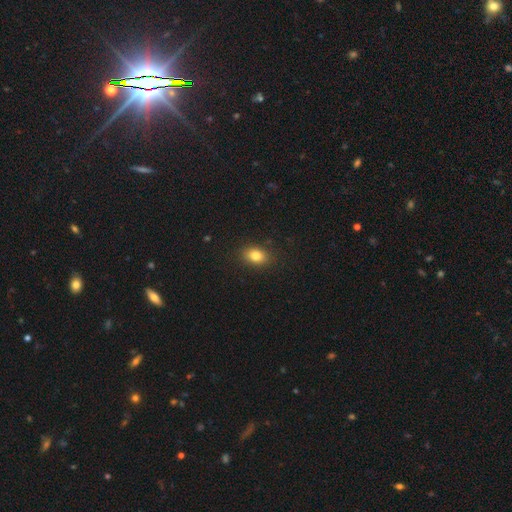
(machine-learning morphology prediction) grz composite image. It shows a smooth galaxy with no disk features (83%) that is in between round and cigar-shaped (75%). Merging: none (87%).